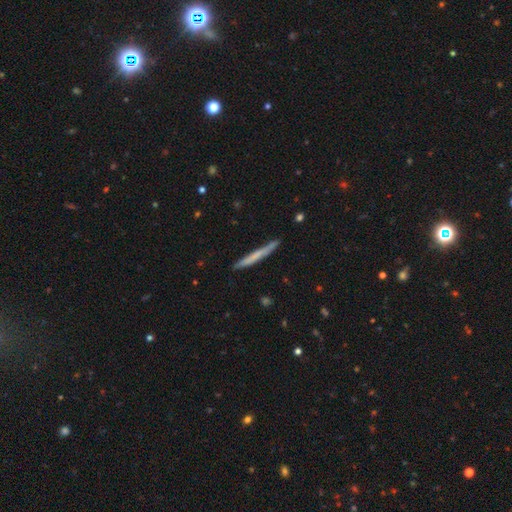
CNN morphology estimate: Smooth or featured? Predicted: smooth (p=0.58). How rounded? Predicted: cigar-shaped (p=0.97). Merging? Predicted: none (p=0.88).